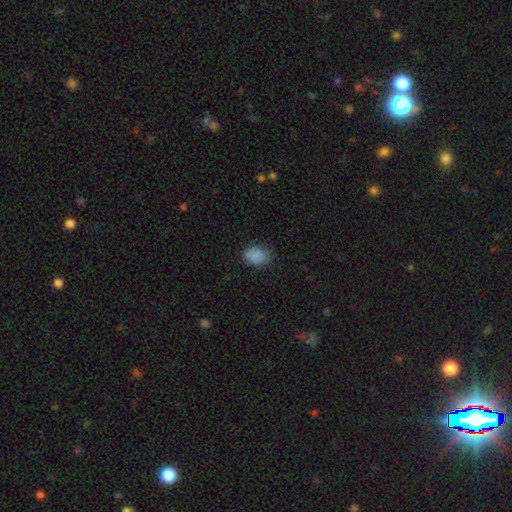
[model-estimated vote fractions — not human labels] This appears to be a smooth galaxy with no disk features (87%) that is in between round and cigar-shaped (73%). Merging: none (79%).